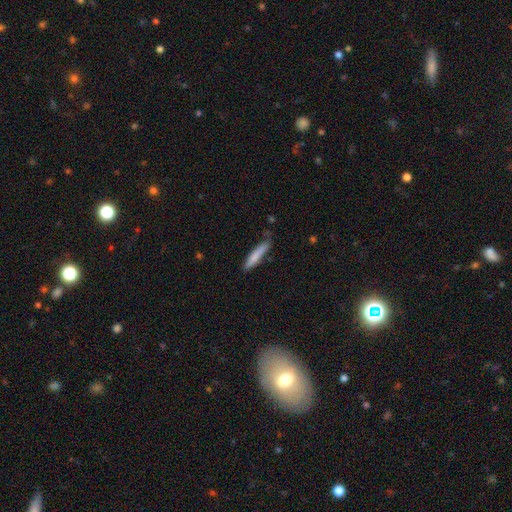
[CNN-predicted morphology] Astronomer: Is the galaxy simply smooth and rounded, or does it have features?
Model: smooth — 79%.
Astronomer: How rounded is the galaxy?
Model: cigar-shaped — 90%.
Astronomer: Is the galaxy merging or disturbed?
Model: none — 74%.